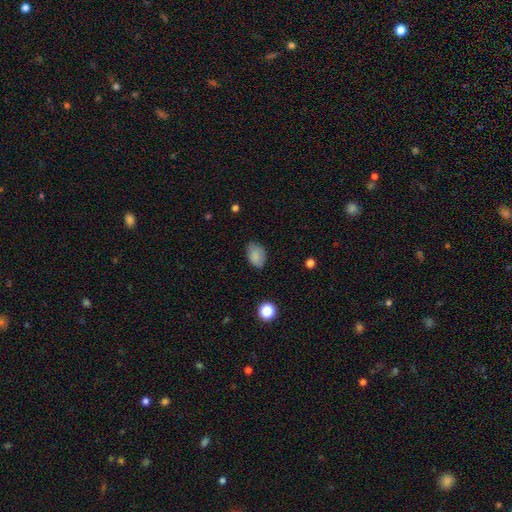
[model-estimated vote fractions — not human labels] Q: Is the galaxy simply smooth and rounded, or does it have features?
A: smooth — 84%.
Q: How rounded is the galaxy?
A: in between — 86%.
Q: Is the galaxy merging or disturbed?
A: none — 75%.